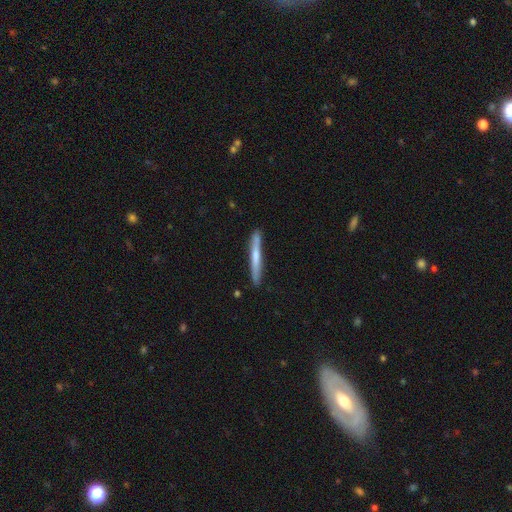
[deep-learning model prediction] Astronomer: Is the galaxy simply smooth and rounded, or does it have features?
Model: smooth — 57% (runner-up: featured or disk, 37%).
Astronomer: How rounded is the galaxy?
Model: cigar-shaped — 97%.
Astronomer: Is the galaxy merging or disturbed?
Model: none — 86%.